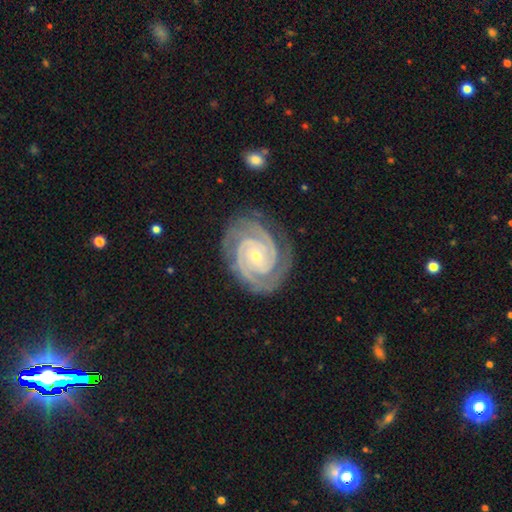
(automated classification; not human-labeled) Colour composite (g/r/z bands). It shows a featured or disk galaxy (94%) with no bar (62%), 2 (60%) tight (82%) spiral arms (99%) and a small central bulge (75%). Merging: none (81%).